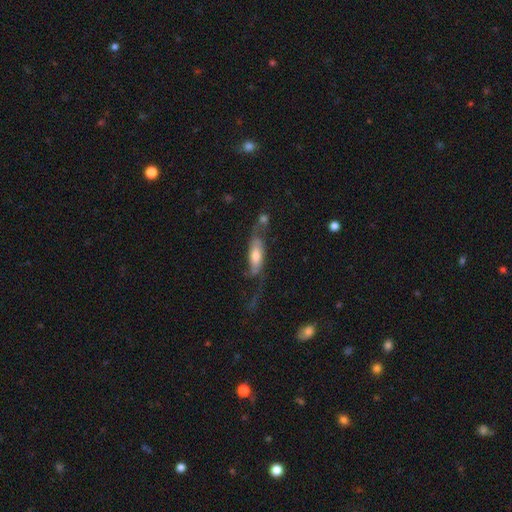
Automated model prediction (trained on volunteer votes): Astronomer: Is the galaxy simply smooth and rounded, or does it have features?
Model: featured or disk — 55% (runner-up: smooth, 37%).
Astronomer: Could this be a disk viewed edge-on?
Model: no — 67%.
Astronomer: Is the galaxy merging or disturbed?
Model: none — 38% (runner-up: major disturbance, 30%).